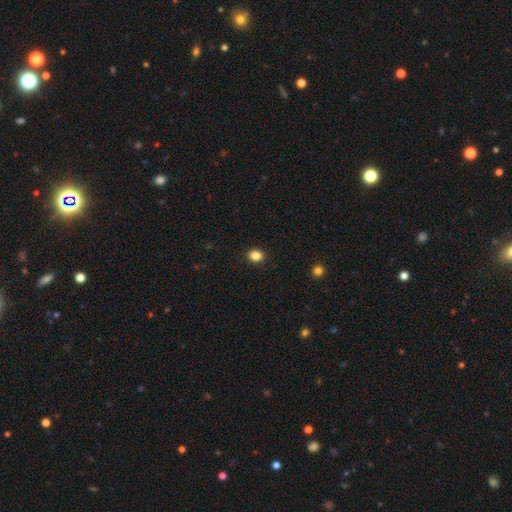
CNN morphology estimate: type=smooth (85%); roundness=round (60%); merging=none (91%).